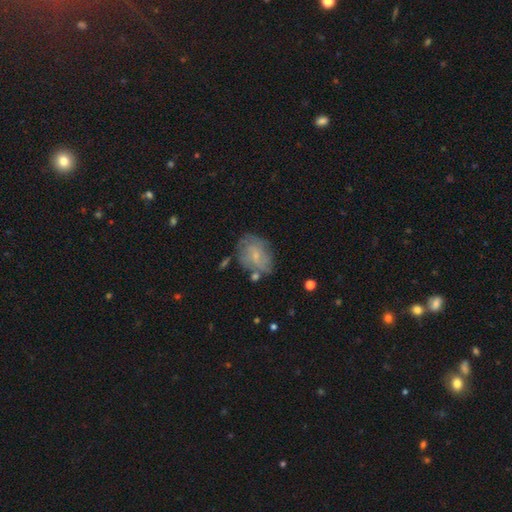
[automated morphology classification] featured or disk 52%, smooth 39%, star or artifact 9%. Down the decision tree: edge-on disk — no (96%); bar — no (59%); spiral arms — yes (67%); bulge size — small (70%); merging — none (63%).